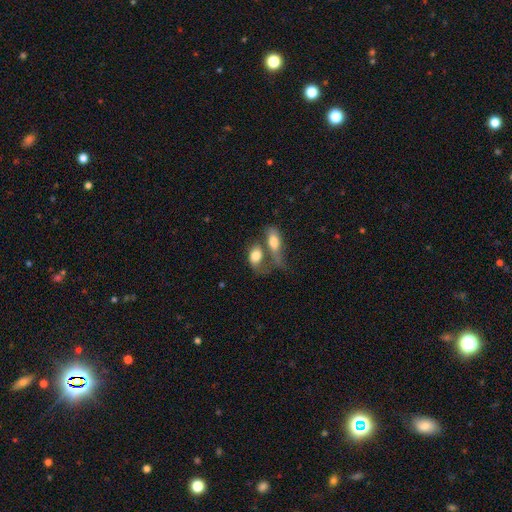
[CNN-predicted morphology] smooth_or_featured: smooth (p=0.75) [alt: featured or disk p=0.18]
how_rounded: in between (p=0.84) [alt: round p=0.10]
merging: merger (p=0.56) [alt: none p=0.22]